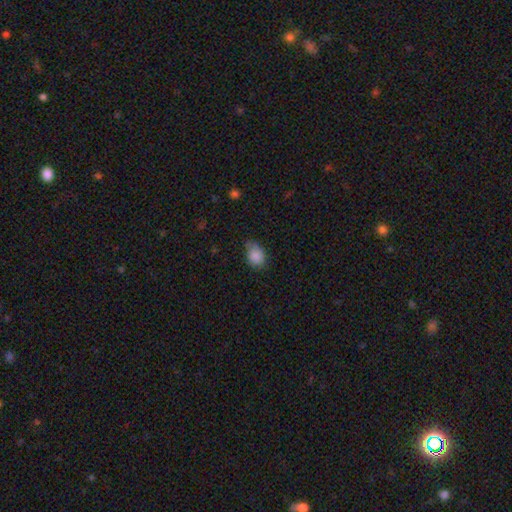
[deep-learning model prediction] This is clearly a smooth galaxy (87%). How rounded: likely in between (73%). Merging: possibly none (55%).